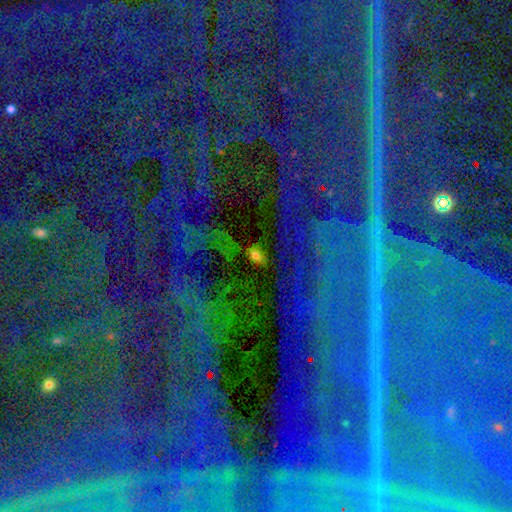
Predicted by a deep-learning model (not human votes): star or artifact 52%, smooth 35%, featured or disk 13%.